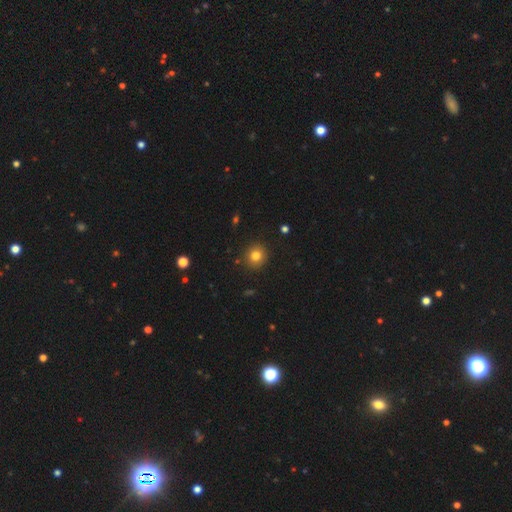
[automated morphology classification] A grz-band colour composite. It shows a smooth galaxy with no disk features (80%) that is round (90%). Merging: none (91%).